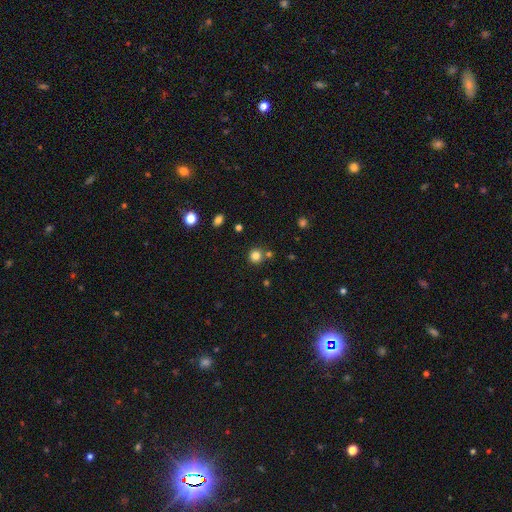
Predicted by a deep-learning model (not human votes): Smooth or featured? smooth (81%)
How rounded? round (93%)
Merging? none (78%)